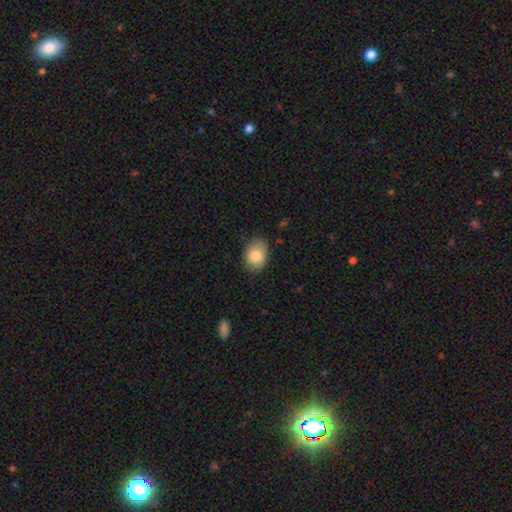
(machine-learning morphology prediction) This is clearly a smooth galaxy (84%). How rounded: likely in between (68%). Merging: likely none (78%).